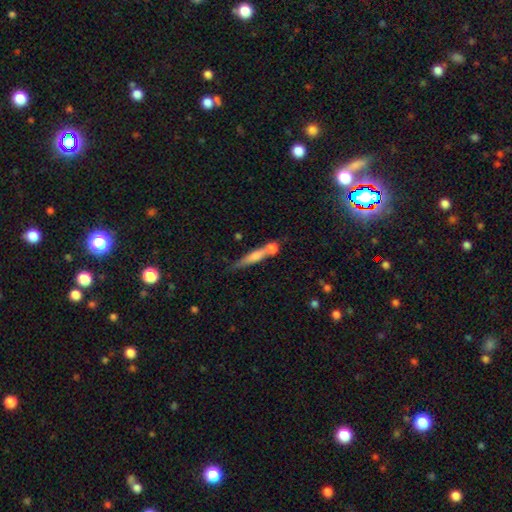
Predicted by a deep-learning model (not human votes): smooth-or-featured: smooth: 59% | featured or disk: 33% | star or artifact: 8%
  how-rounded: cigar-shaped: 80% | in between: 16% | round: 5%
  merging: none: 42% | merger: 38% | minor disturbance: 14% | major disturbance: 7%